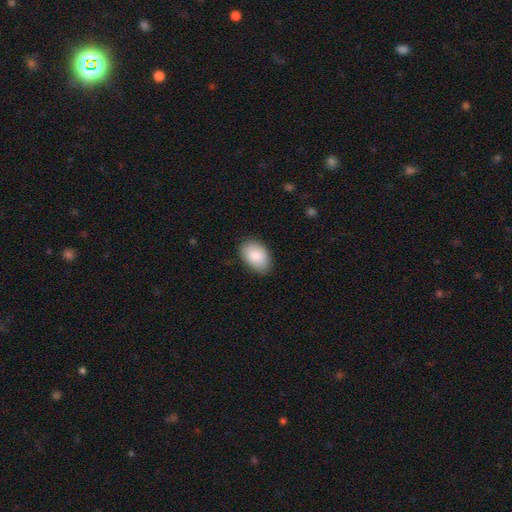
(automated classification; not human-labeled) Smooth or featured?
  - smooth: 87% *
  - featured or disk: 7%
  - star or artifact: 6%
How rounded?
  - in between: 90% *
  - round: 9%
  - cigar-shaped: 1%
Merging?
  - none: 83% *
  - minor disturbance: 14%
  - major disturbance: 3%
  - merger: 1%